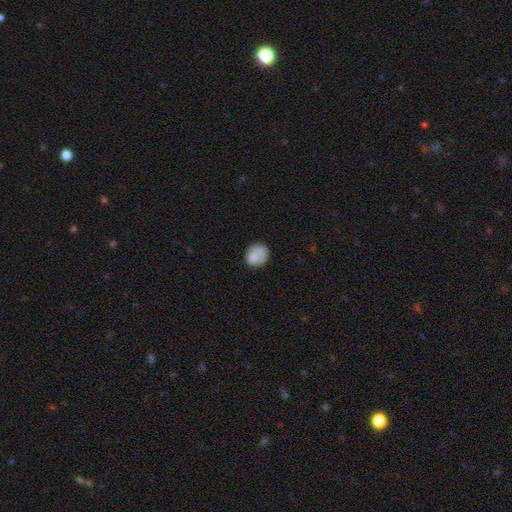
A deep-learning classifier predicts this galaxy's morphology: Smooth or featured? Predicted: smooth (p=0.69). How rounded? Predicted: round (p=0.60). Merging? Predicted: none (p=0.49).